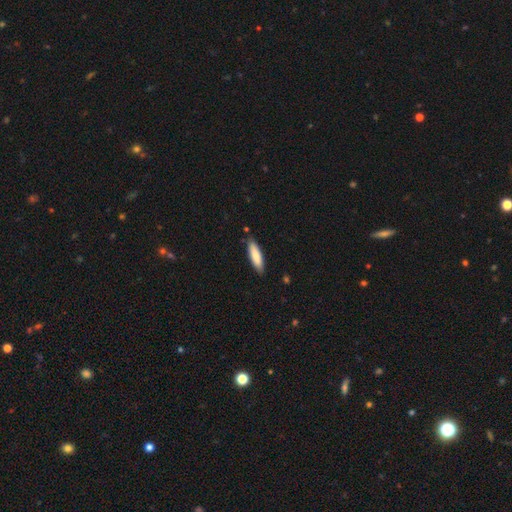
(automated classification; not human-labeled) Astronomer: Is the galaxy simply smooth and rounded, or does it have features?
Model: smooth — 83%.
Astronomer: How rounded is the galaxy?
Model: cigar-shaped — 59% (runner-up: in between, 39%).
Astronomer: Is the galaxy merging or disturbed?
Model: none — 84%.